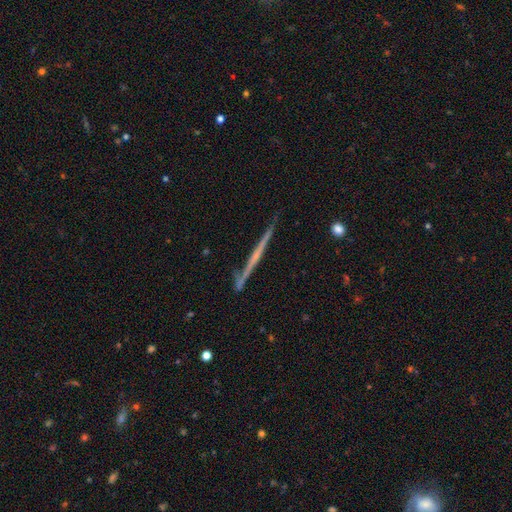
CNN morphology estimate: Overall: featured or disk (70%). Edge-on disk: yes (98%). Edge-on bulge: none (77%). Merging: none (86%).